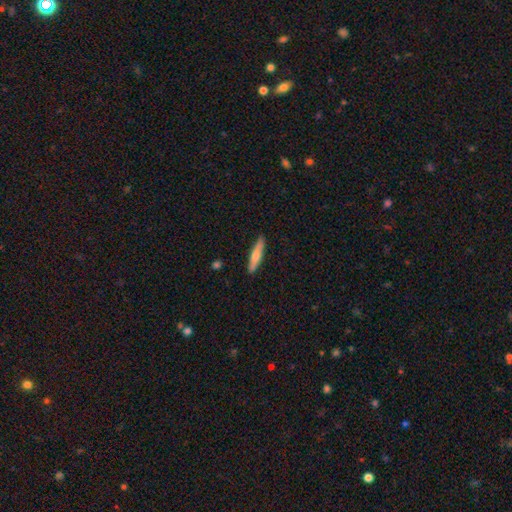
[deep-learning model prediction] The model was most divided on "smooth or featured": smooth: 62%, featured or disk: 33%, star or artifact: 6%. More confident: merging — none (89%); how rounded — cigar-shaped (86%).